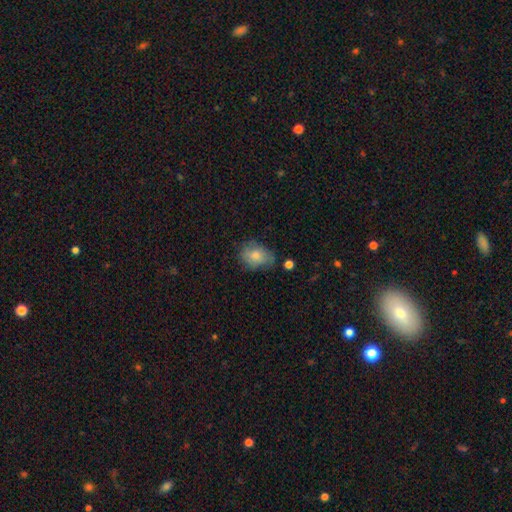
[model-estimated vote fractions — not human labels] smooth_or_featured: smooth (p=0.77) [alt: featured or disk p=0.15]
how_rounded: in between (p=0.70) [alt: round p=0.29]
merging: none (p=0.57) [alt: minor disturbance p=0.30]